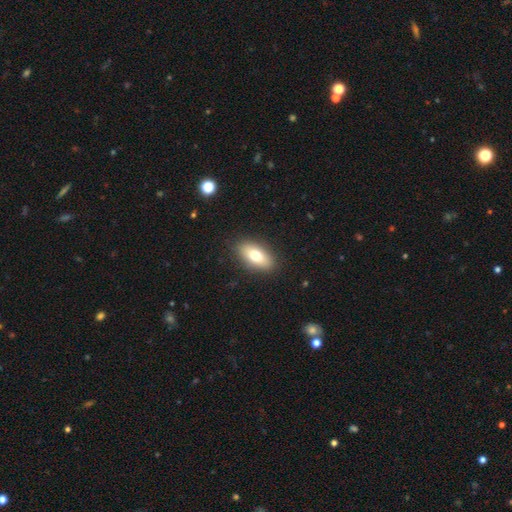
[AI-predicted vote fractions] The model was most divided on "smooth or featured": smooth: 73%, featured or disk: 19%, star or artifact: 7%. More confident: merging — none (88%); how rounded — in between (86%).